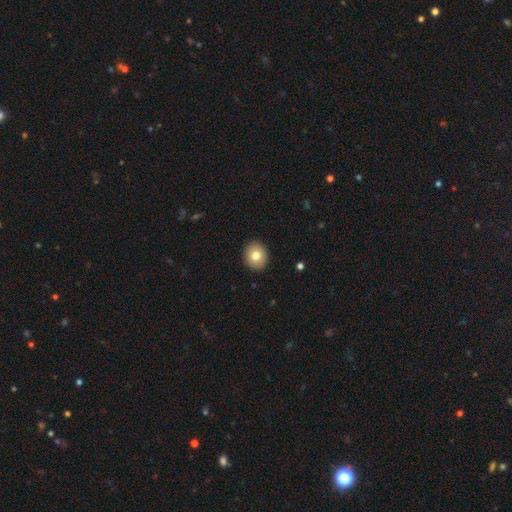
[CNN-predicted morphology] smooth-or-featured: smooth: 78% | featured or disk: 13% | star or artifact: 9%
  how-rounded: round: 78% | in between: 21% | cigar-shaped: 1%
  merging: none: 92% | minor disturbance: 6% | major disturbance: 2% | merger: 1%